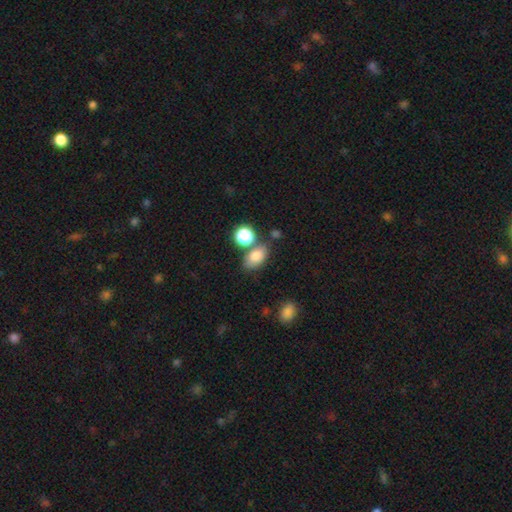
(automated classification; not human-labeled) Overall: smooth (80%). How rounded: in between (84%). Merging: none (64%).